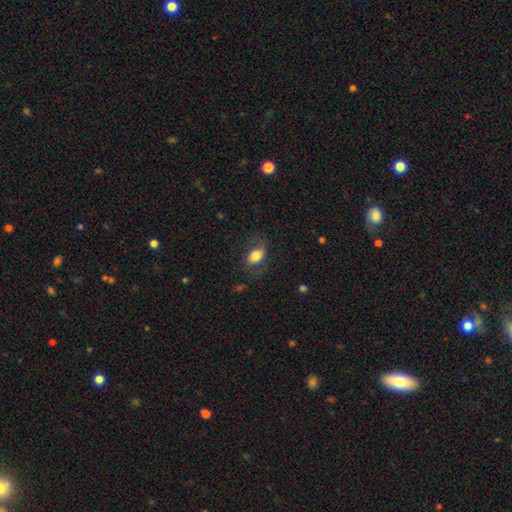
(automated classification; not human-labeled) Smooth or featured: smooth — 75% (featured or disk — 17%)
How rounded: in between — 83% (round — 15%)
Merging: none — 66% (minor disturbance — 20%)